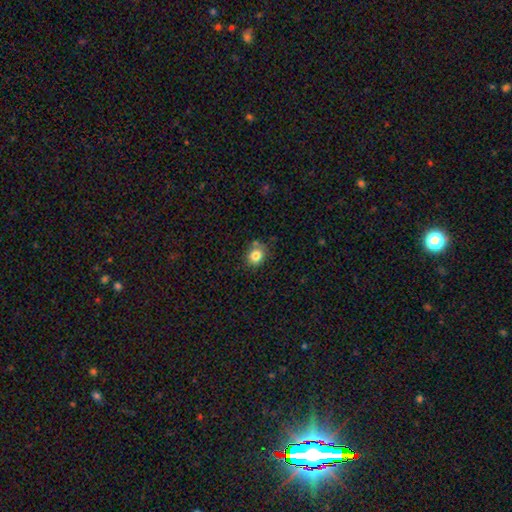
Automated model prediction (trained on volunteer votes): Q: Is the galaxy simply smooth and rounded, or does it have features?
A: smooth — 82%.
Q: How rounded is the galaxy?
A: round — 69%.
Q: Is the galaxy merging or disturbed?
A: none — 73%.